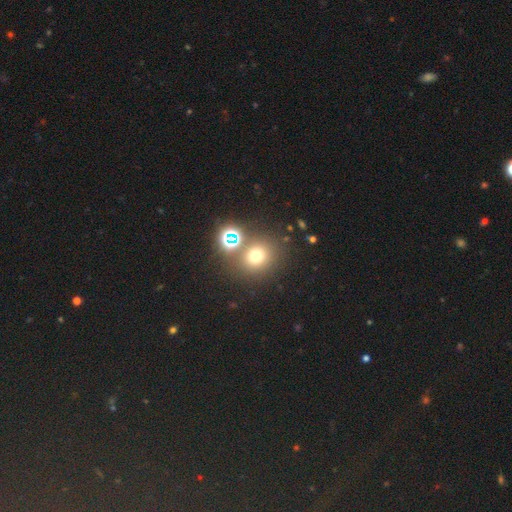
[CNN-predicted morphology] A smooth galaxy with no disk features (65%) that is round (83%). Merging: none (73%).